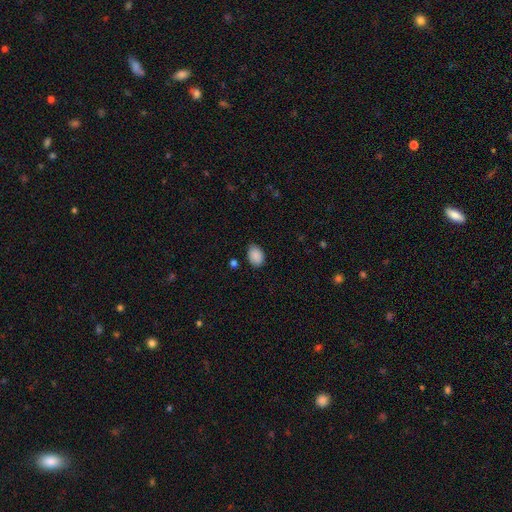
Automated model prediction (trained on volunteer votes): This is clearly a smooth galaxy (89%). How rounded: likely in between (79%). Merging: likely none (79%).